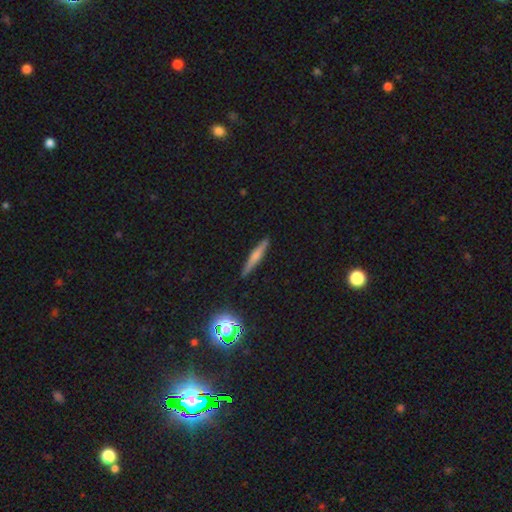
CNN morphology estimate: This is possibly a smooth galaxy (47%). Merging: clearly none (89%).